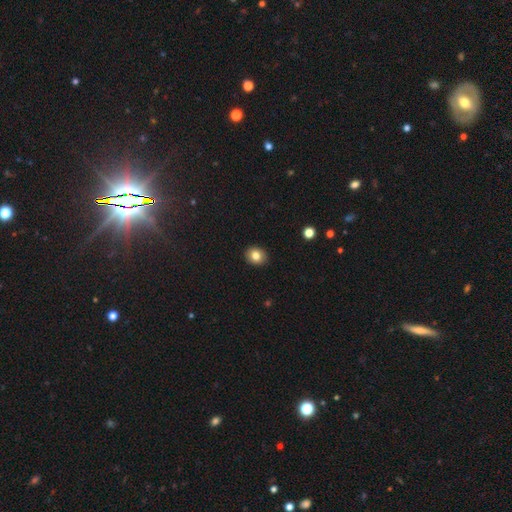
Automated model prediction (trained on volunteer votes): Overall: smooth (82%). How rounded: round (62%; in between 37%). Merging: none (90%).